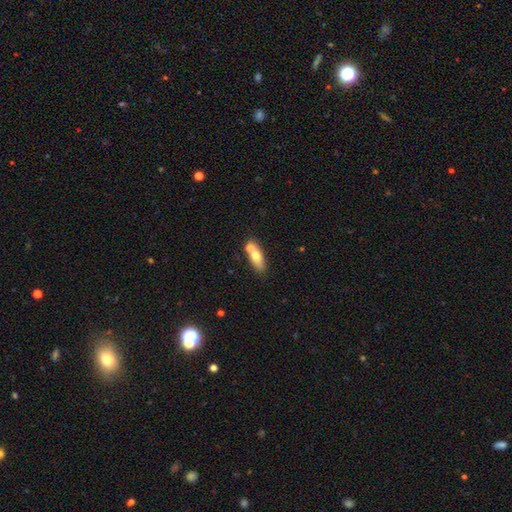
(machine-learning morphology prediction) The model was most divided on "merging": none: 47%, merger: 37%, minor disturbance: 12%, major disturbance: 4%. More confident: how rounded — in between (71%); smooth or featured — smooth (67%).